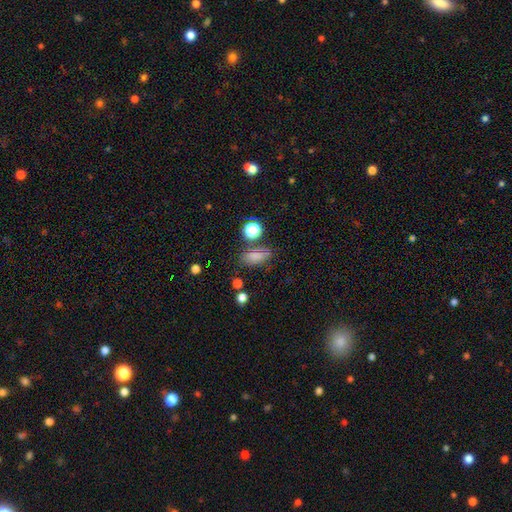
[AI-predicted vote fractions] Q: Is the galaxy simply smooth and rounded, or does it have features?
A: smooth — 76%.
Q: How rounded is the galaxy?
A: in between — 80%.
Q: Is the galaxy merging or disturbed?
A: none — 69%.